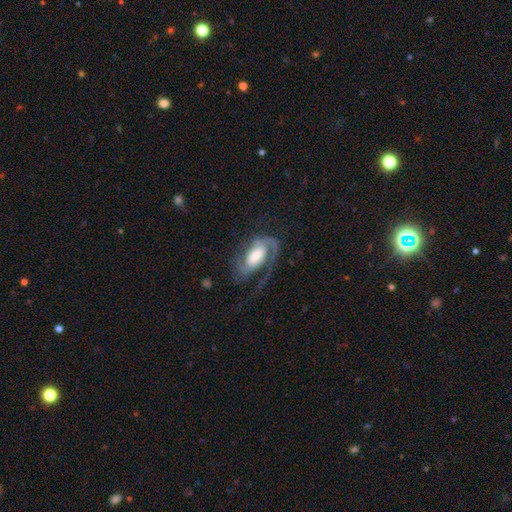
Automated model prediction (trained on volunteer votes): A featured or disk galaxy (84%) with no bar (42%), 2 (74%) medium (48%) spiral arms (96%) and a large central bulge (43%).

Vote fractions:
- Smooth or featured? featured or disk: 84% / smooth: 11% / star or artifact: 5%
- Edge-on disk? no: 96% / yes: 4%
- Bar? no: 42% / weak: 38% / strong: 20%
- Spiral arms? yes: 96% / no: 4%
- Spiral winding? medium: 48% / tight: 31% / loose: 21%
- Spiral arm count? 2: 74% / 1: 14% / can't tell: 6% / 3: 3% / 4: 2% / more than 4: 2%
- Bulge size? large: 43% / moderate: 35% / small: 12% / dominant: 6% / none: 5%
- Merging? none: 57% / major disturbance: 23% / minor disturbance: 18% / merger: 2%